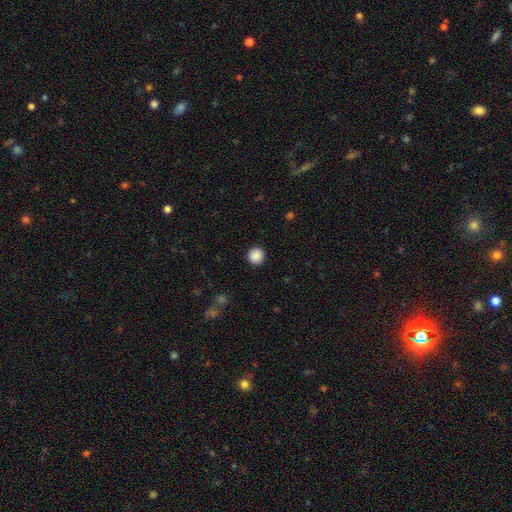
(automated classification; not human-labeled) This is clearly a smooth galaxy (88%). How rounded: clearly round (92%). Merging: clearly none (92%).